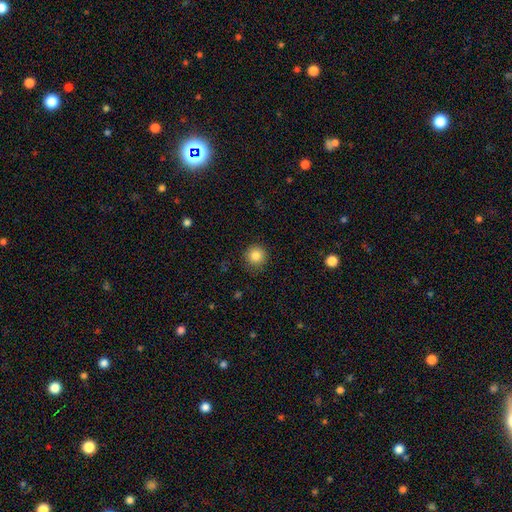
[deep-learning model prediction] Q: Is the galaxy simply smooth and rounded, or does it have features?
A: smooth — 84%.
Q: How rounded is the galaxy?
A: round — 94%.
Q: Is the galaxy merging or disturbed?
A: none — 88%.